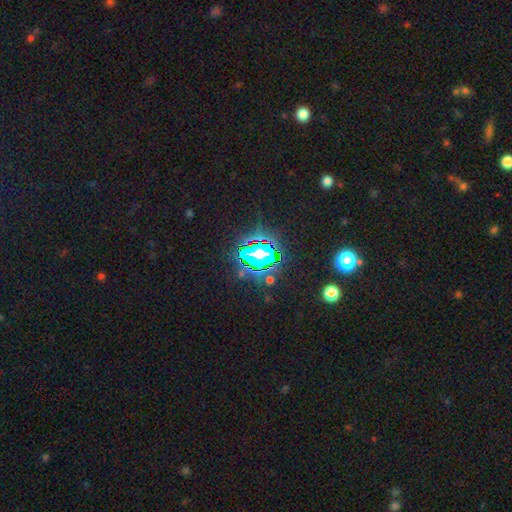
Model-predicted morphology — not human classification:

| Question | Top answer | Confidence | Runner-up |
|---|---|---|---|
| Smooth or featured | star or artifact | 74% | smooth (17%) |